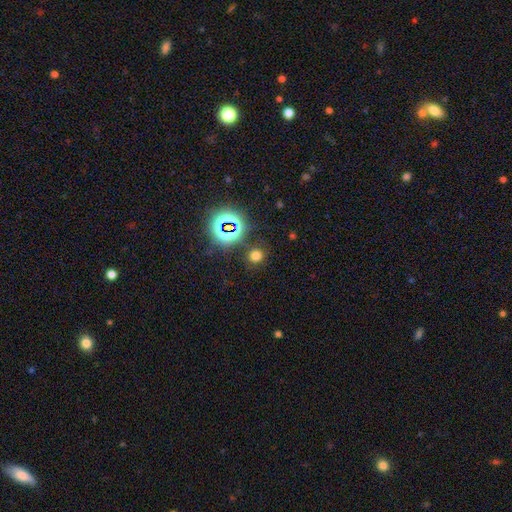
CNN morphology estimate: smooth 65%, star or artifact 28%, featured or disk 6%. Down the decision tree: how rounded — round (85%); merging — none (84%).